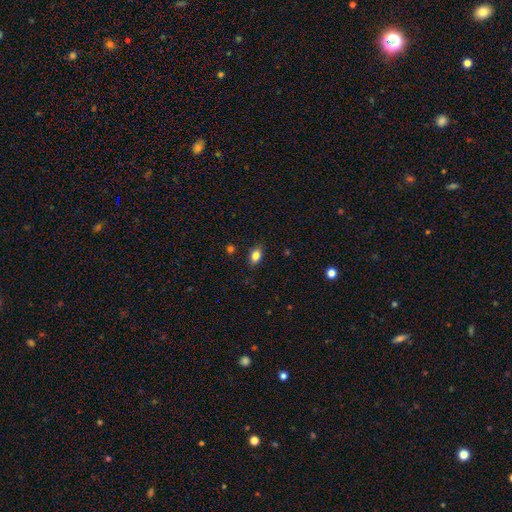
Smooth or featured: smooth — 92% (star or artifact — 5%)
How rounded: in between — 89% (round — 11%)
Merging: none — 100%